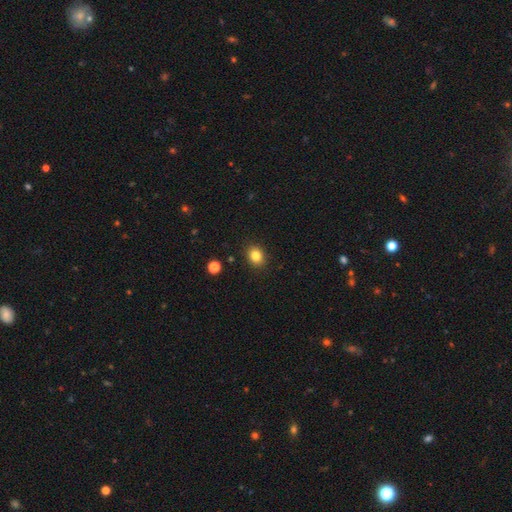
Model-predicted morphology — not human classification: Q: Smooth or featured?
A: smooth (83%); runner-up: star or artifact (11%)
Q: How rounded?
A: round (61%); runner-up: in between (38%)
Q: Merging?
A: none (89%); runner-up: minor disturbance (7%)